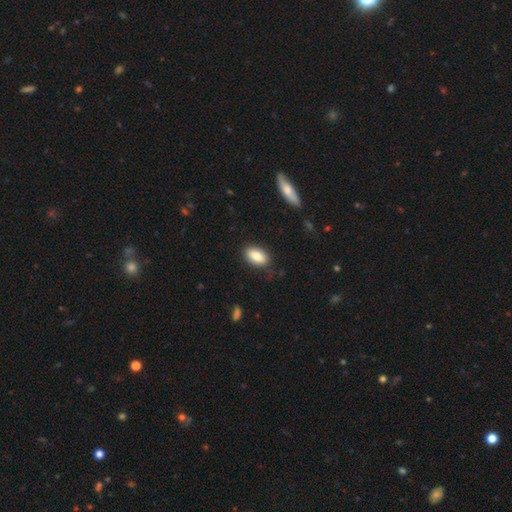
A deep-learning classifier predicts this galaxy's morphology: A smooth galaxy with no disk features (86%) that is in between round and cigar-shaped (92%).

Vote fractions:
- Smooth or featured? smooth: 86% / featured or disk: 7% / star or artifact: 7%
- How rounded? in between: 92% / round: 5% / cigar-shaped: 3%
- Merging? none: 85% / minor disturbance: 11% / major disturbance: 3% / merger: 1%